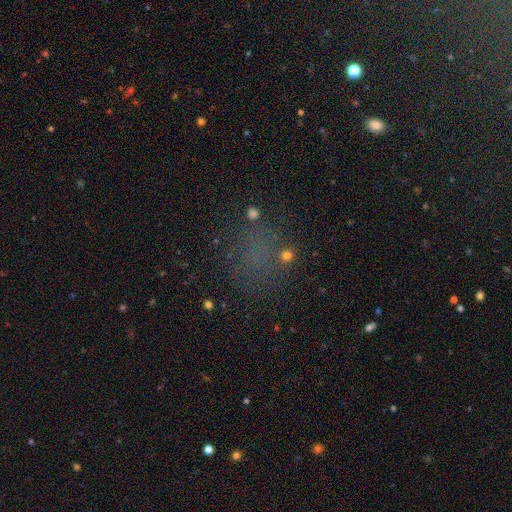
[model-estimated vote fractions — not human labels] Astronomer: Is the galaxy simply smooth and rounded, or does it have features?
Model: smooth — 48% (runner-up: star or artifact, 39%).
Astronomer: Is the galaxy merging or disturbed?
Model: none — 71%.